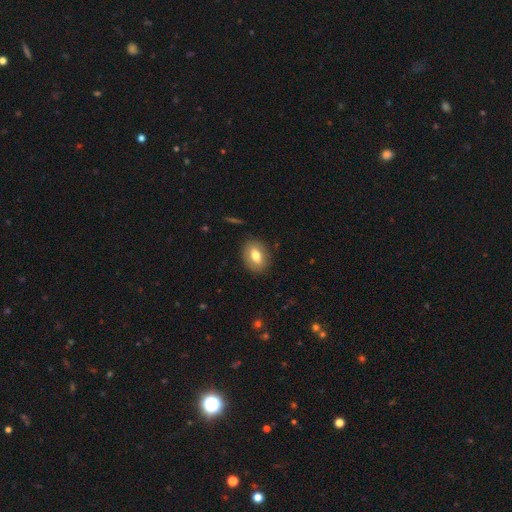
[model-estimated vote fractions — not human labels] smooth 73%, featured or disk 20%, star or artifact 8%. Down the decision tree: how rounded — in between (73%); merging — none (87%).